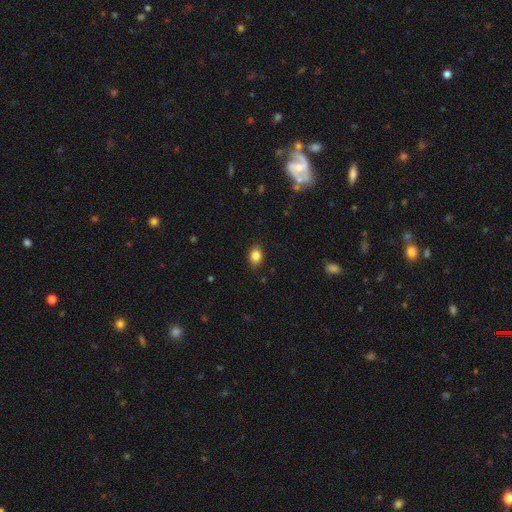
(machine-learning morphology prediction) This appears to be a smooth galaxy with no disk features (85%) that is in between round and cigar-shaped (67%). Merging: none (86%).